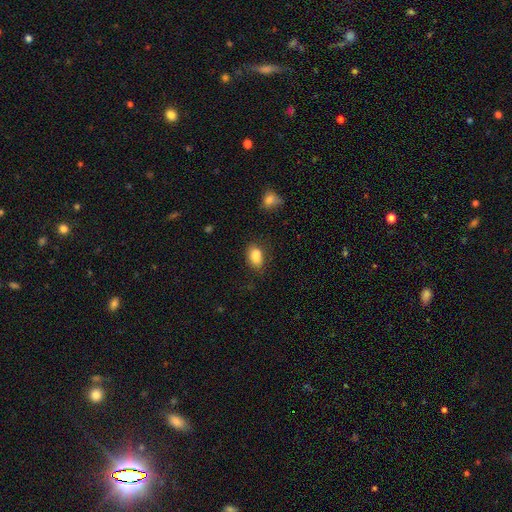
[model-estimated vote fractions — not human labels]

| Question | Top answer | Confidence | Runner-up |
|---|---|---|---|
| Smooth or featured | smooth | 85% | star or artifact (9%) |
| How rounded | in between | 87% | round (11%) |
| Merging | none | 69% | minor disturbance (21%) |